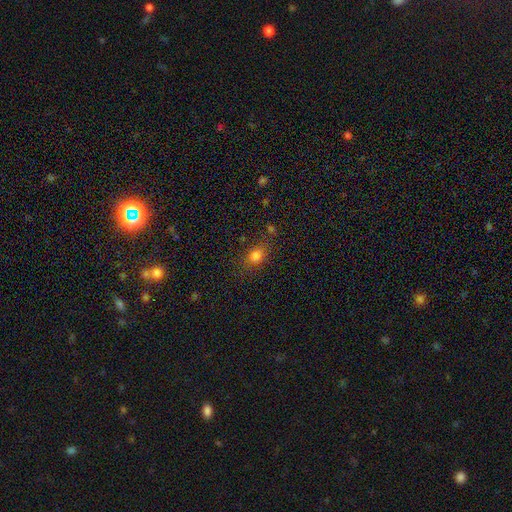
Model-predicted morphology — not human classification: Smooth or featured? smooth (78%)
How rounded? in between (54%)
Merging? none (77%)